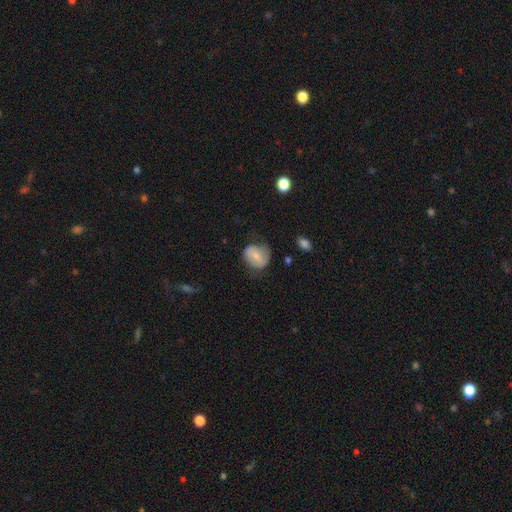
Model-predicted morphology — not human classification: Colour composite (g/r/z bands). It shows a smooth galaxy with no disk features (55%) that is round (60%). Merging: none (56%).